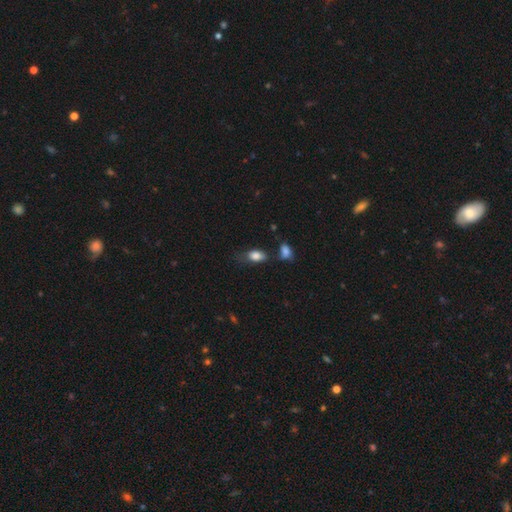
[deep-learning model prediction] Smooth or featured?
  - smooth: 83% *
  - featured or disk: 9%
  - star or artifact: 8%
How rounded?
  - in between: 87% *
  - round: 9%
  - cigar-shaped: 4%
Merging?
  - none: 47% *
  - minor disturbance: 30%
  - major disturbance: 12%
  - merger: 12%